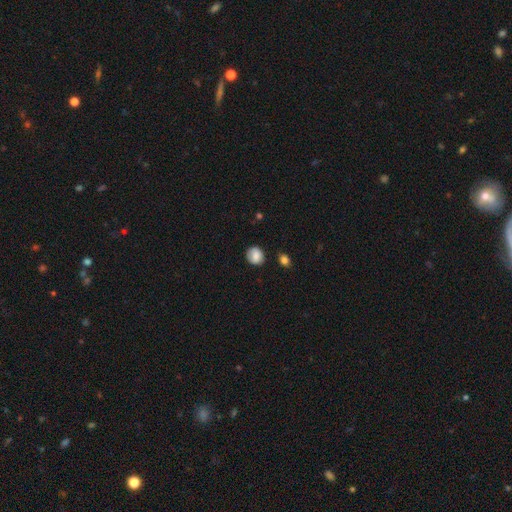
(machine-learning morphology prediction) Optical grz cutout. It shows a smooth galaxy with no disk features (82%) that is round (77%). Merging: none (80%).